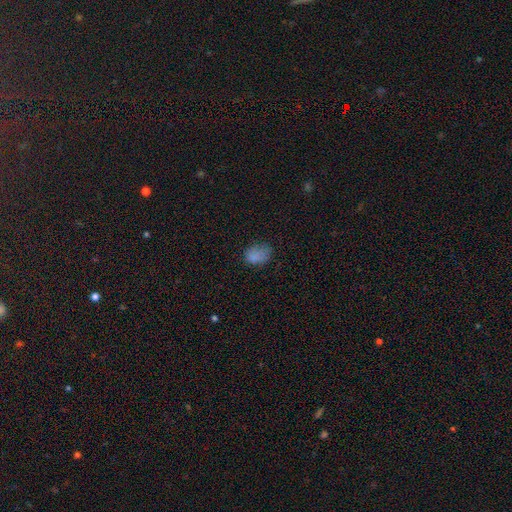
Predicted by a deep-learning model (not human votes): Morphology: type=smooth (77%); roundness=in between (69%); merging=none (57%).